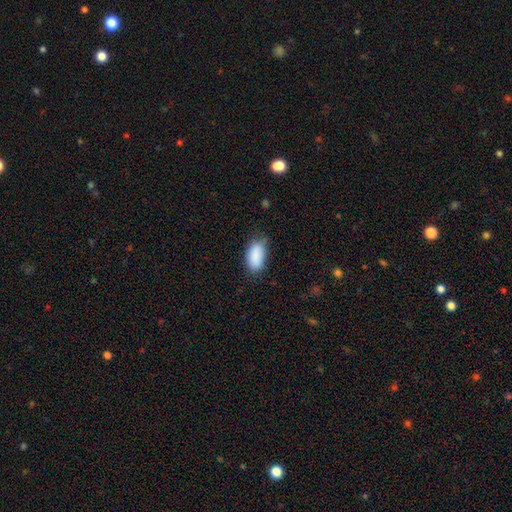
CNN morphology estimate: Overall: smooth (89%). How rounded: in between (94%). Merging: none (71%).